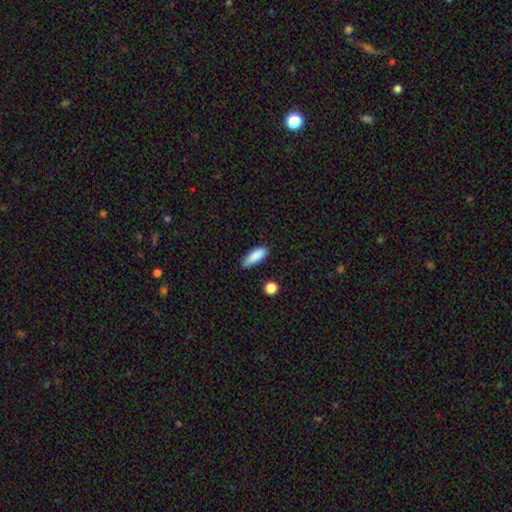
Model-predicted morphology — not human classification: A smooth galaxy with no disk features (87%) that is in between round and cigar-shaped (62%).

Vote fractions:
- Smooth or featured? smooth: 87% / star or artifact: 7% / featured or disk: 6%
- How rounded? in between: 62% / cigar-shaped: 36% / round: 2%
- Merging? none: 76% / minor disturbance: 19% / major disturbance: 3% / merger: 2%